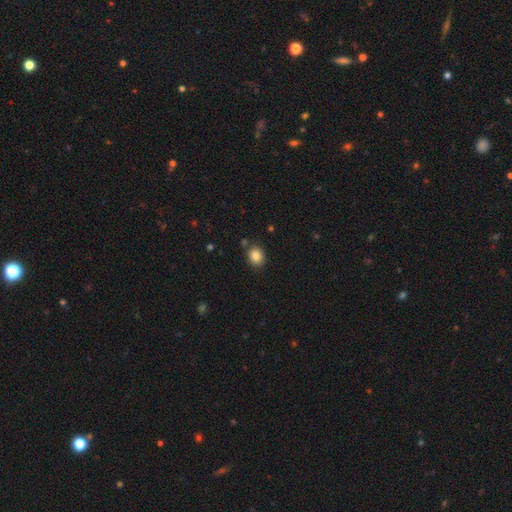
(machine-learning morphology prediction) A smooth galaxy with no disk features (84%) that is round (64%).

Vote fractions:
- Smooth or featured? smooth: 84% / star or artifact: 10% / featured or disk: 6%
- How rounded? round: 64% / in between: 35% / cigar-shaped: 1%
- Merging? none: 82% / minor disturbance: 10% / merger: 6% / major disturbance: 2%